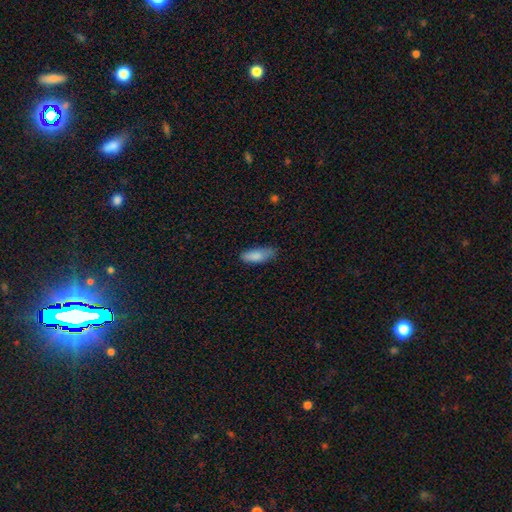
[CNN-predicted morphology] Smooth or featured?
  - smooth: 85% *
  - featured or disk: 8%
  - star or artifact: 7%
How rounded?
  - in between: 74% *
  - cigar-shaped: 25%
  - round: 2%
Merging?
  - none: 63% *
  - minor disturbance: 30%
  - major disturbance: 6%
  - merger: 2%